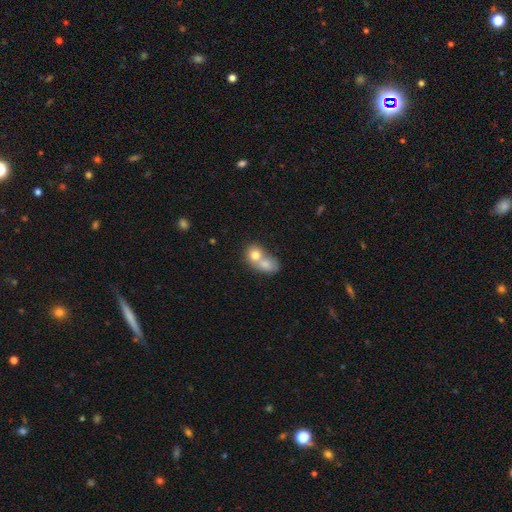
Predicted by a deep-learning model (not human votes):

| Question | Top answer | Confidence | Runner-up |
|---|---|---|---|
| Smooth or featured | smooth | 74% | featured or disk (18%) |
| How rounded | round | 54% | in between (44%) |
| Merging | merger | 76% | none (16%) |